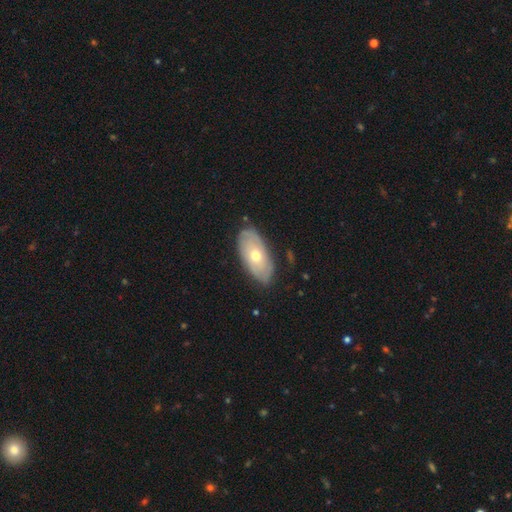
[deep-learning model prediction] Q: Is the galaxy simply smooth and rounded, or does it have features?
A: featured or disk — 57%.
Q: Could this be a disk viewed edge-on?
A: no — 86%.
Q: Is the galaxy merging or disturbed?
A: none — 81%.